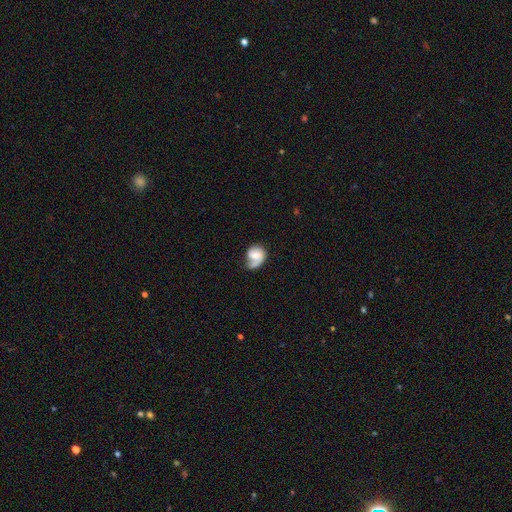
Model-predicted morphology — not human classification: Smooth or featured? featured or disk (56%)
Edge-on disk? no (98%)
Bar? no (61%)
Spiral arms? yes (85%)
Bulge size? moderate (40%)
Merging? none (41%)